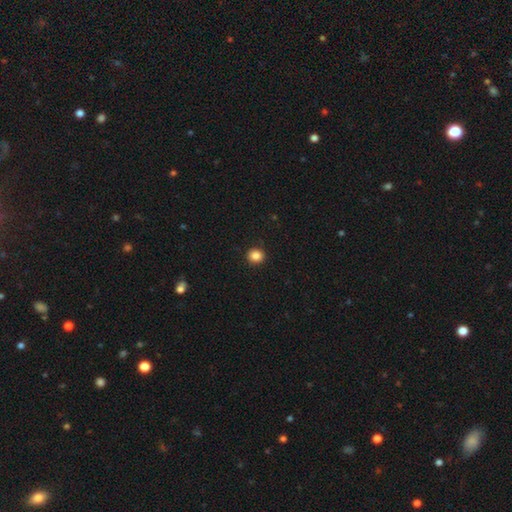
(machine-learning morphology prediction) This is clearly a smooth galaxy (86%). How rounded: clearly round (82%). Merging: clearly none (91%).